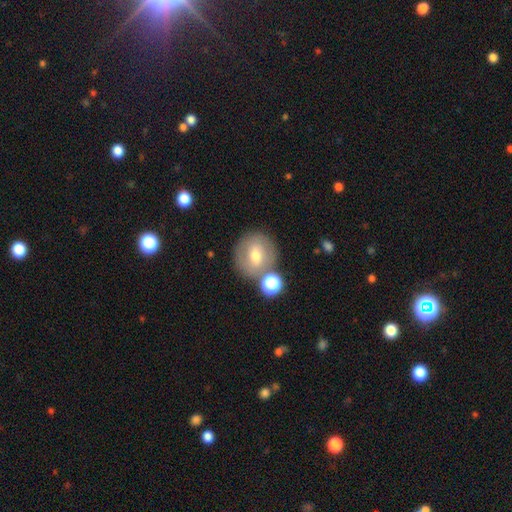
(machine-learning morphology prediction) smooth_or_featured: smooth (p=0.51) [alt: featured or disk p=0.37]
how_rounded: round (p=0.81) [alt: in between p=0.18]
merging: none (p=0.73) [alt: minor disturbance p=0.12]